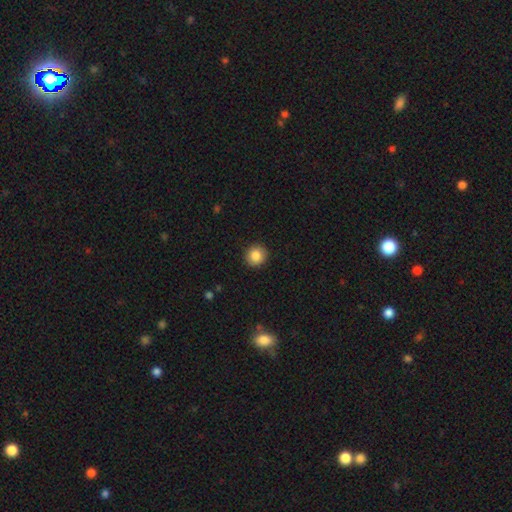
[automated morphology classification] smooth_or_featured: smooth (p=0.85) [alt: star or artifact p=0.09]
how_rounded: round (p=0.91) [alt: in between p=0.08]
merging: none (p=0.92) [alt: minor disturbance p=0.06]